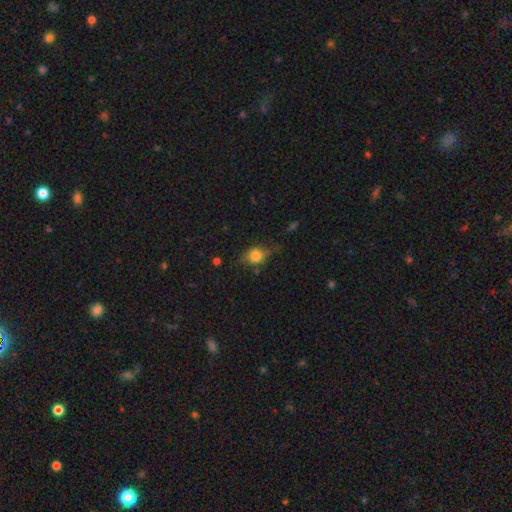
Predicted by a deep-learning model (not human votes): Overall: smooth (73%). How rounded: round (62%; in between 35%). Merging: none (57%; minor disturbance 28%).